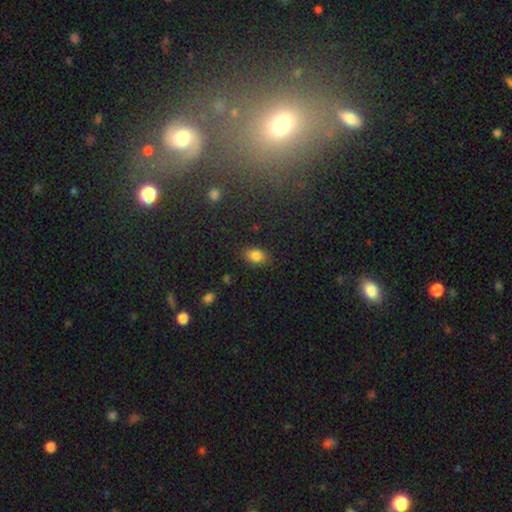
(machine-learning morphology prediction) Smooth or featured?
  - smooth: 84% *
  - star or artifact: 10%
  - featured or disk: 6%
How rounded?
  - in between: 87% *
  - round: 11%
  - cigar-shaped: 2%
Merging?
  - none: 86% *
  - minor disturbance: 10%
  - major disturbance: 3%
  - merger: 1%